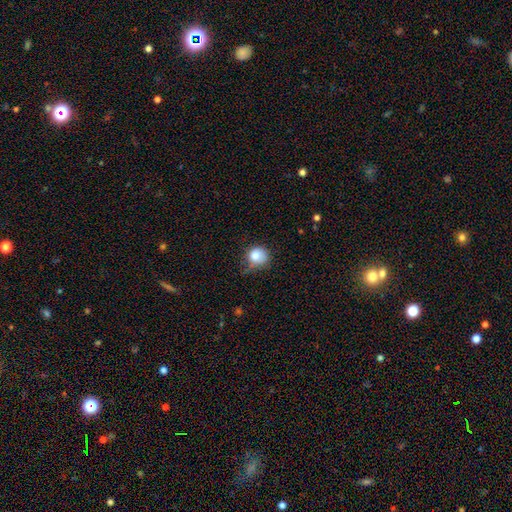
smooth-or-featured: smooth: 82% | featured or disk: 10% | star or artifact: 8%
  how-rounded: round: 66% | in between: 34% | cigar-shaped: 0%
  merging: minor disturbance: 42% | none: 31% | major disturbance: 25% | merger: 3%